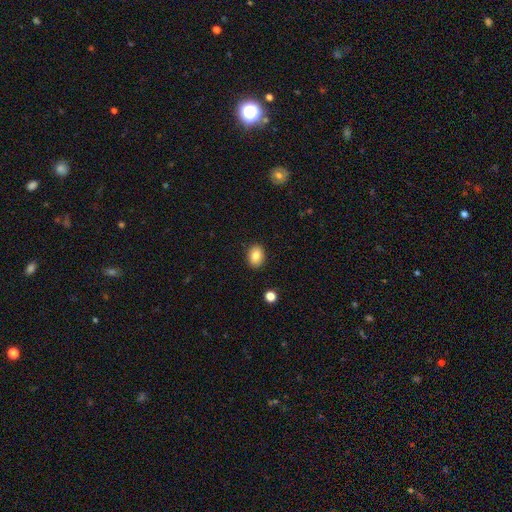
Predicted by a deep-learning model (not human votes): This appears to be a smooth galaxy with no disk features (84%) that is in between round and cigar-shaped (69%). Merging: none (88%).